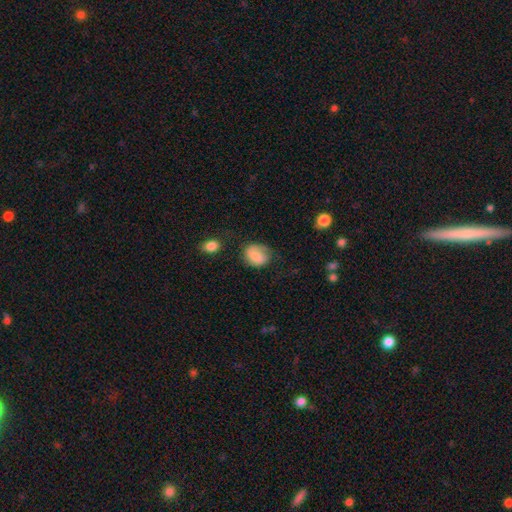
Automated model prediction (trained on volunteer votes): Q: Smooth or featured?
A: smooth (75%); runner-up: featured or disk (18%)
Q: How rounded?
A: round (53%); runner-up: in between (46%)
Q: Merging?
A: none (56%); runner-up: minor disturbance (29%)